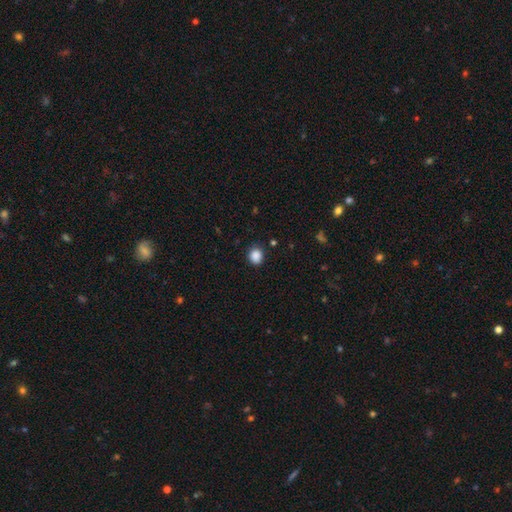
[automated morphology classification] The model was most divided on "how rounded": round: 69%, in between: 30%, cigar-shaped: 1%. More confident: smooth or featured — smooth (87%); merging — none (82%).